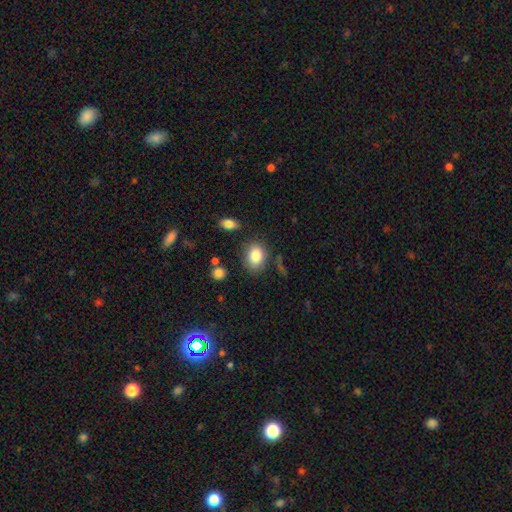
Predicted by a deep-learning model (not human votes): Smooth or featured: smooth — 84% (star or artifact — 9%)
How rounded: in between — 65% (round — 33%)
Merging: none — 72% (minor disturbance — 18%)